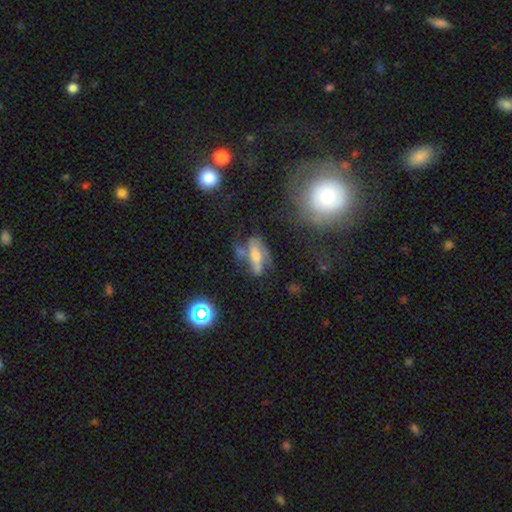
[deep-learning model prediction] Smooth or featured? featured or disk (56%)
Edge-on disk? no (67%)
Merging? none (43%)